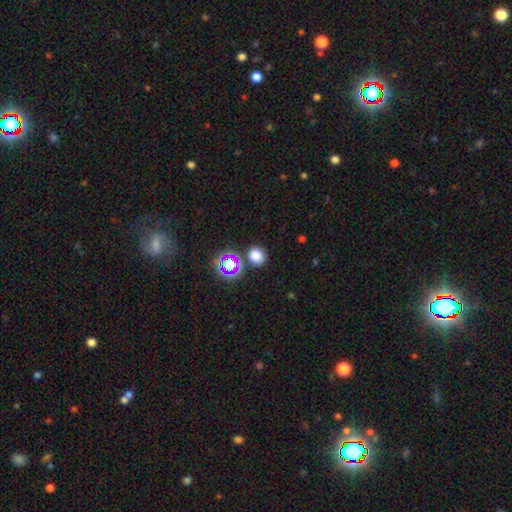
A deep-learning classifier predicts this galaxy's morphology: Smooth or featured? smooth (73%)
How rounded? round (68%)
Merging? none (80%)